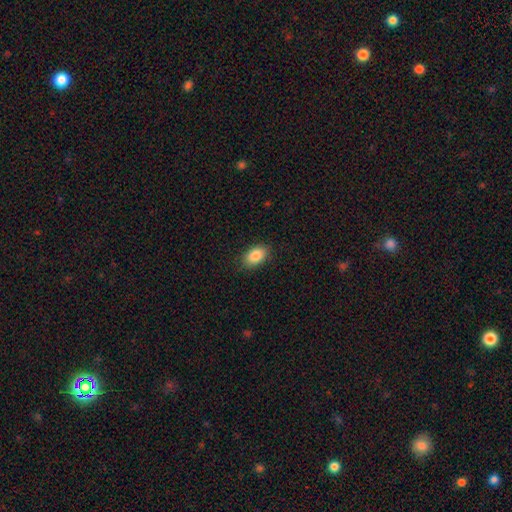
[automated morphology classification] A smooth galaxy with no disk features (87%) that is in between round and cigar-shaped (90%). Merging: none (86%).